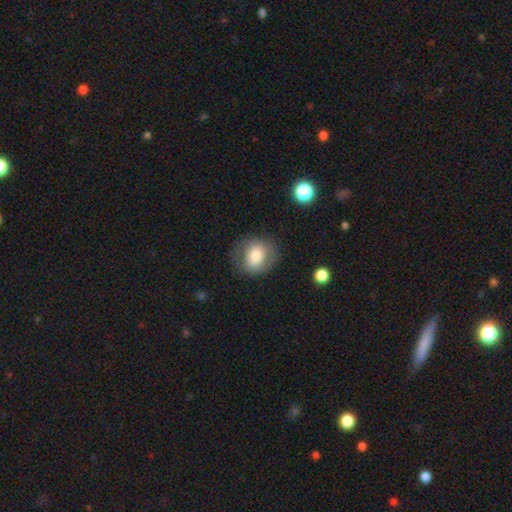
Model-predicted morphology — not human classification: The model was most divided on "how rounded": round: 63%, in between: 36%, cigar-shaped: 1%. More confident: merging — none (74%); smooth or featured — smooth (66%).